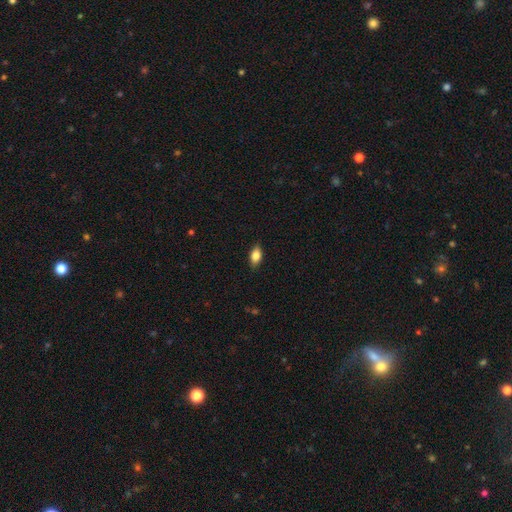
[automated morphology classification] A smooth galaxy with no disk features (77%) that is in between round and cigar-shaped (85%).

Vote fractions:
- Smooth or featured? smooth: 77% / featured or disk: 15% / star or artifact: 8%
- How rounded? in between: 85% / cigar-shaped: 7% / round: 7%
- Merging? none: 85% / minor disturbance: 12% / major disturbance: 2% / merger: 1%